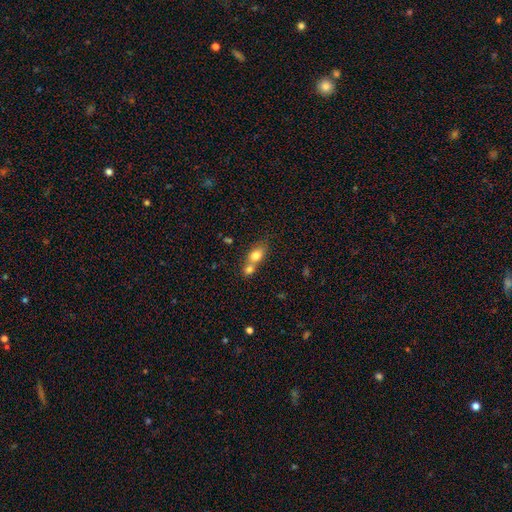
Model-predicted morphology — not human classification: The model was most divided on "merging": merger: 62%, none: 27%, minor disturbance: 8%, major disturbance: 4%. More confident: smooth or featured — smooth (77%); how rounded — in between (67%).